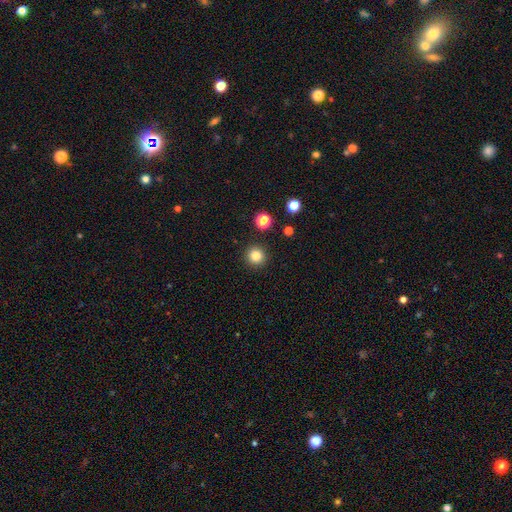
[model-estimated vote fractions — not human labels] Smooth or featured? Predicted: smooth (p=0.83). How rounded? Predicted: round (p=0.95). Merging? Predicted: none (p=0.92).